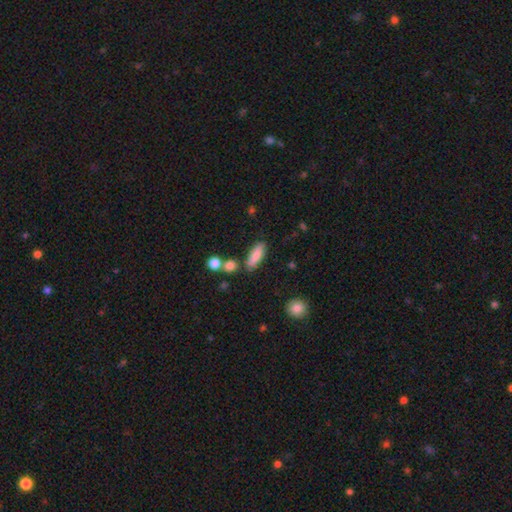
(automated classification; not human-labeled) Smooth or featured: smooth — 83% (featured or disk — 10%)
How rounded: in between — 57% (cigar-shaped — 40%)
Merging: none — 73% (minor disturbance — 14%)